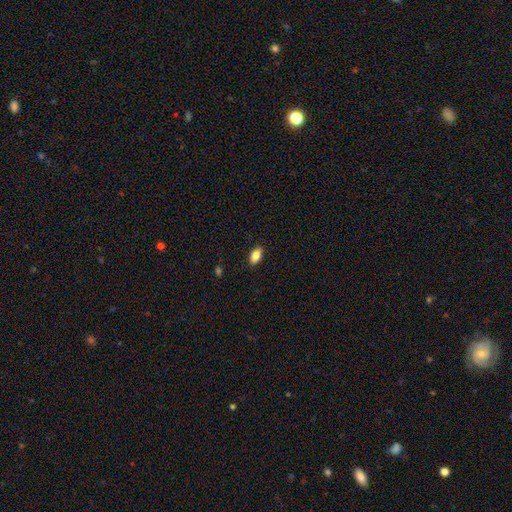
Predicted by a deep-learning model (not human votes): Smooth or featured?
  - smooth: 86% *
  - star or artifact: 8%
  - featured or disk: 6%
How rounded?
  - in between: 92% *
  - round: 5%
  - cigar-shaped: 4%
Merging?
  - none: 89% *
  - minor disturbance: 8%
  - major disturbance: 2%
  - merger: 1%